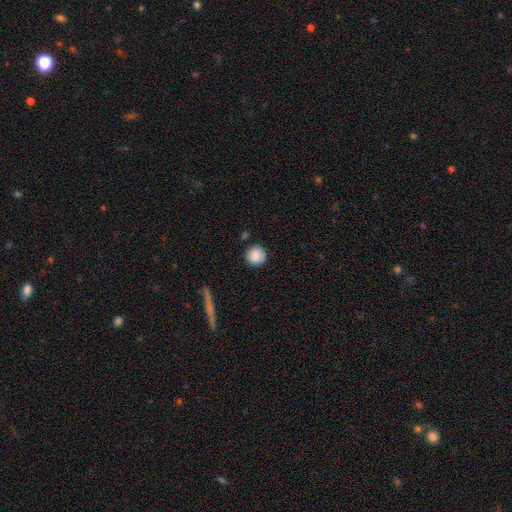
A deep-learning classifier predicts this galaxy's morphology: This is clearly a smooth galaxy (83%). How rounded: clearly round (92%). Merging: clearly none (83%).